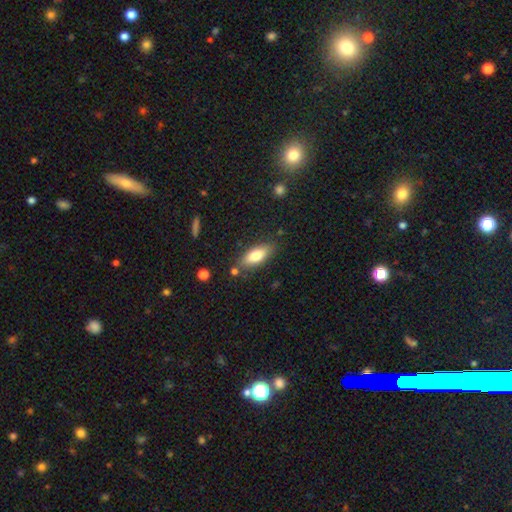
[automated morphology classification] smooth_or_featured: smooth (p=0.76) [alt: featured or disk p=0.17]
how_rounded: in between (p=0.77) [alt: cigar-shaped p=0.21]
merging: none (p=0.79) [alt: minor disturbance p=0.14]